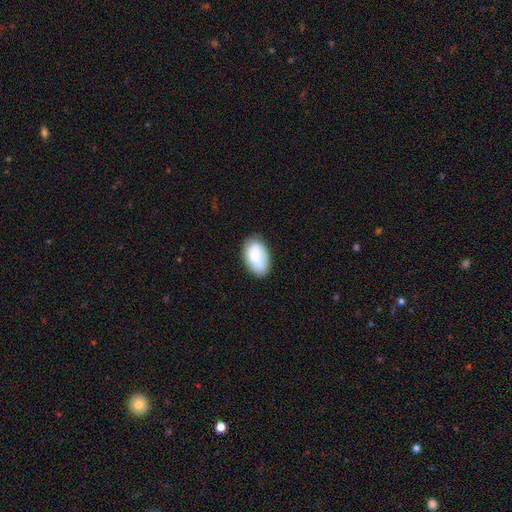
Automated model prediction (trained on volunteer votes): This appears to be a smooth galaxy with no disk features (82%) that is in between round and cigar-shaped (94%). Merging: none (72%).